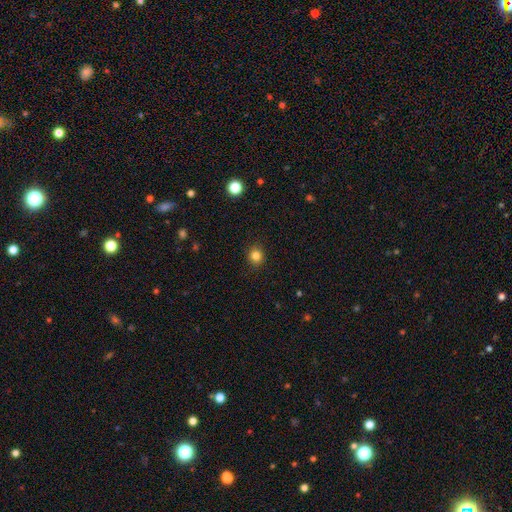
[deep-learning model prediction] Smooth or featured? Predicted: smooth (p=0.83). How rounded? Predicted: round (p=0.82). Merging? Predicted: none (p=0.90).